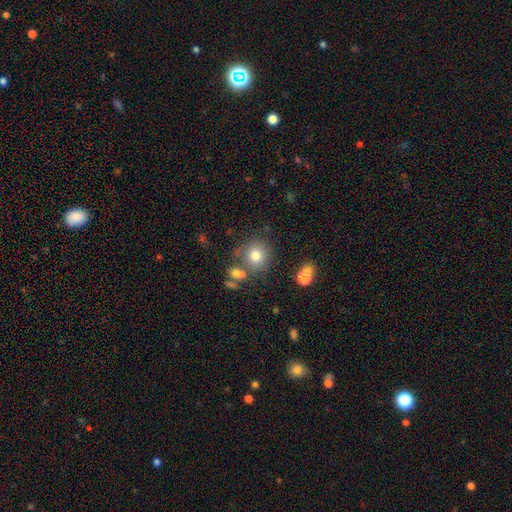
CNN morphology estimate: Smooth or featured? smooth (77%)
How rounded? round (88%)
Merging? none (71%)